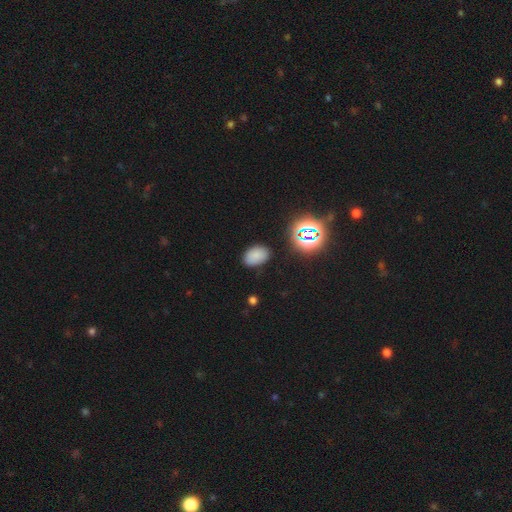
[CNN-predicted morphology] The model was most divided on "smooth or featured": smooth: 76%, star or artifact: 18%, featured or disk: 7%. More confident: merging — none (83%); how rounded — in between (82%).